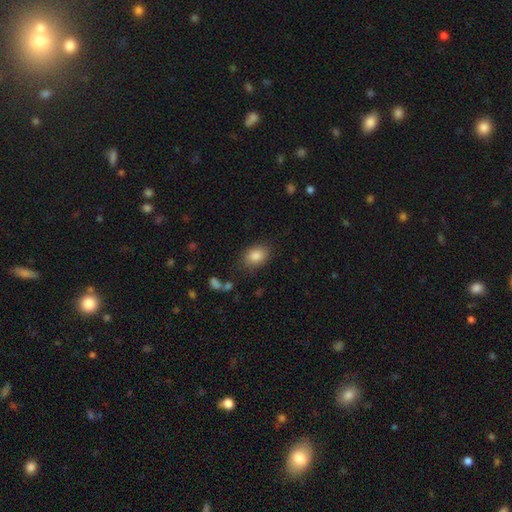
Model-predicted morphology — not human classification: Smooth or featured? smooth (85%)
How rounded? in between (74%)
Merging? none (81%)